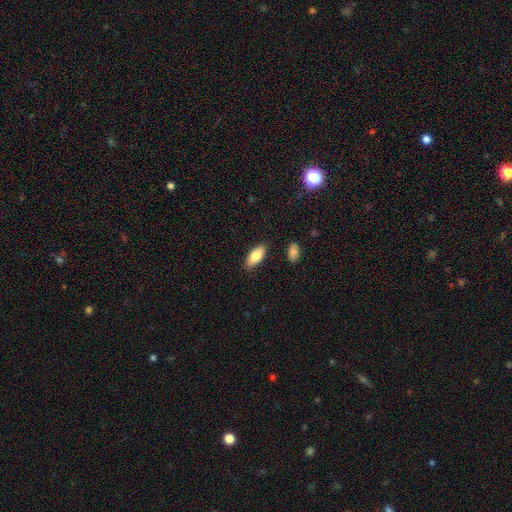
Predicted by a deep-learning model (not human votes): smooth 81%, featured or disk 13%, star or artifact 6%. Down the decision tree: how rounded — in between (84%); merging — none (86%).